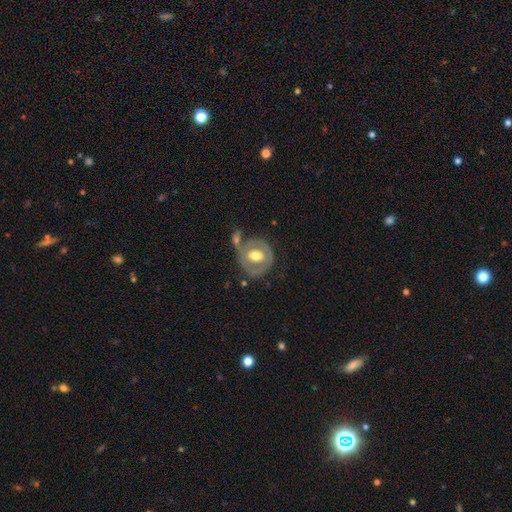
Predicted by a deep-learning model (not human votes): The model was most divided on "spiral arms": no: 59%, yes: 41%. Remaining: edge-on disk — no (95%); bulge size — moderate (64%); bar — no (62%); smooth or featured — featured or disk (60%); merging — none (48%).